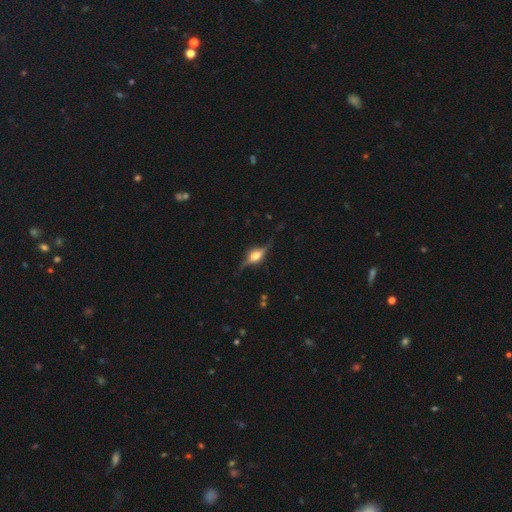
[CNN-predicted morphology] Q: Smooth or featured?
A: featured or disk (81%); runner-up: smooth (13%)
Q: Edge-on disk?
A: yes (92%); runner-up: no (8%)
Q: Edge-on bulge?
A: rounded (91%); runner-up: boxy (7%)
Q: Merging?
A: none (78%); runner-up: minor disturbance (15%)